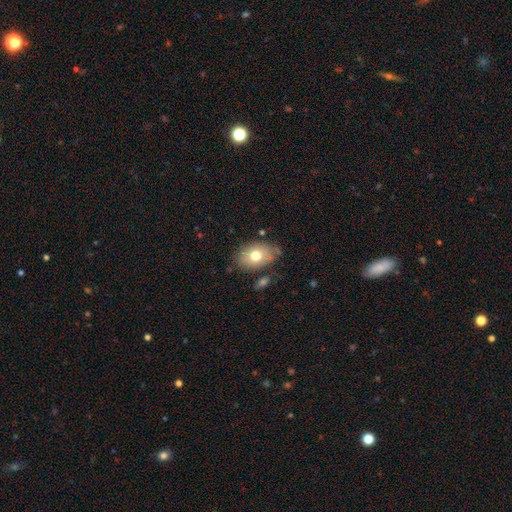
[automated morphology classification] Q: Smooth or featured?
A: smooth (72%); runner-up: featured or disk (20%)
Q: How rounded?
A: in between (82%); runner-up: round (16%)
Q: Merging?
A: none (74%); runner-up: minor disturbance (17%)